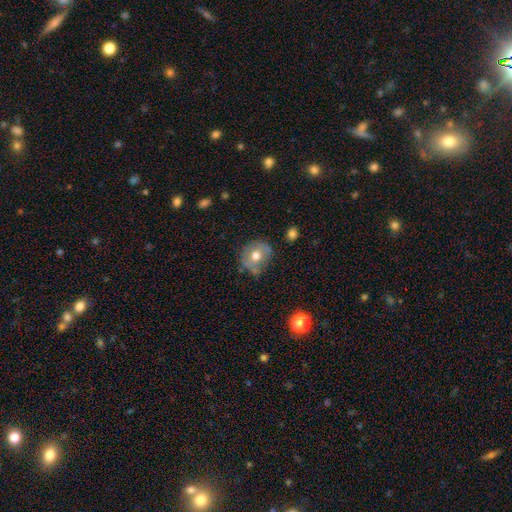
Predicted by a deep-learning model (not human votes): This appears to be a smooth galaxy with no disk features (62%) that is round (78%). Merging: none (64%).